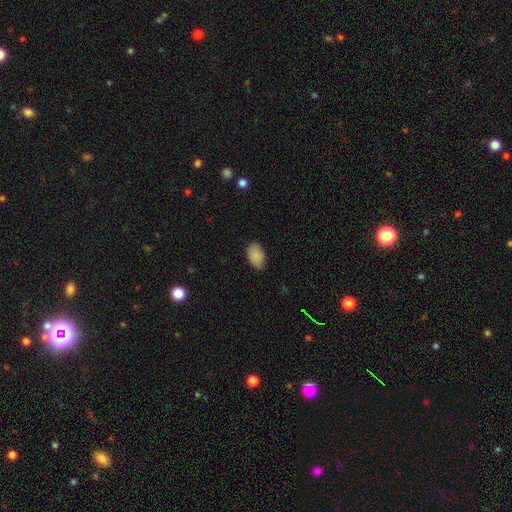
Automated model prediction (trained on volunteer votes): Overall: smooth (87%). How rounded: in between (91%). Merging: none (72%).